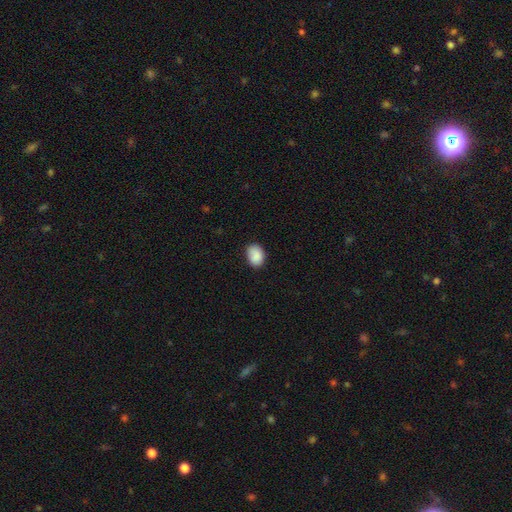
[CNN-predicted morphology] Smooth or featured? smooth (88%)
How rounded? in between (72%)
Merging? none (76%)